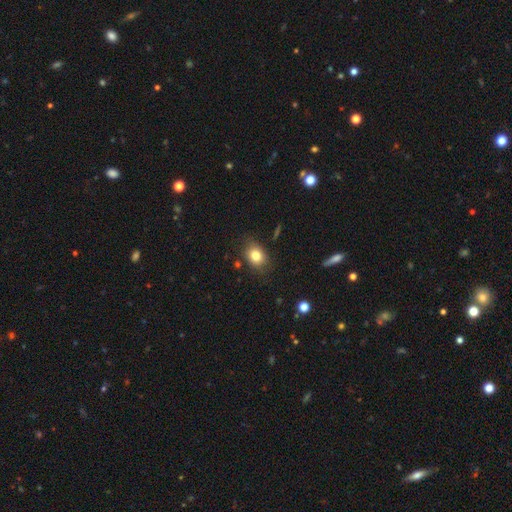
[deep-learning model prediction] smooth-or-featured: smooth: 79% | star or artifact: 10% | featured or disk: 10%
  how-rounded: in between: 56% | round: 43% | cigar-shaped: 1%
  merging: none: 78% | minor disturbance: 16% | major disturbance: 4% | merger: 2%